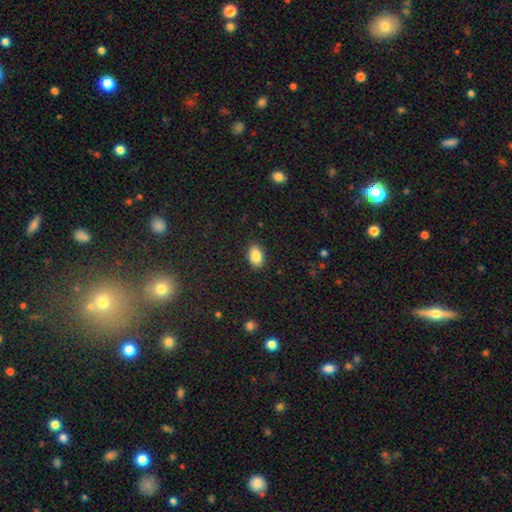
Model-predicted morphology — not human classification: smooth-or-featured: smooth: 86% | star or artifact: 8% | featured or disk: 6%
  how-rounded: in between: 87% | round: 12% | cigar-shaped: 1%
  merging: none: 88% | minor disturbance: 9% | major disturbance: 2% | merger: 1%